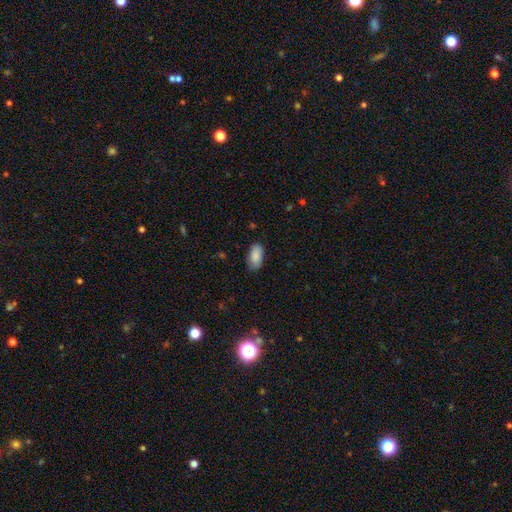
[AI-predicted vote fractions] Morphology: type=smooth (89%); roundness=in between (94%); merging=none (81%).